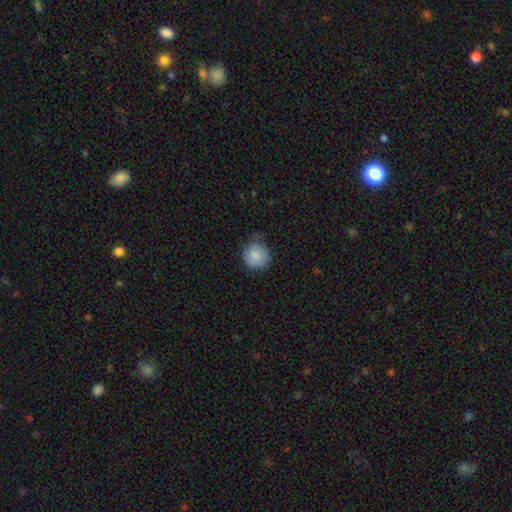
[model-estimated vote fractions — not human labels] A smooth galaxy with no disk features (84%) that is round (88%). Merging: none (68%).